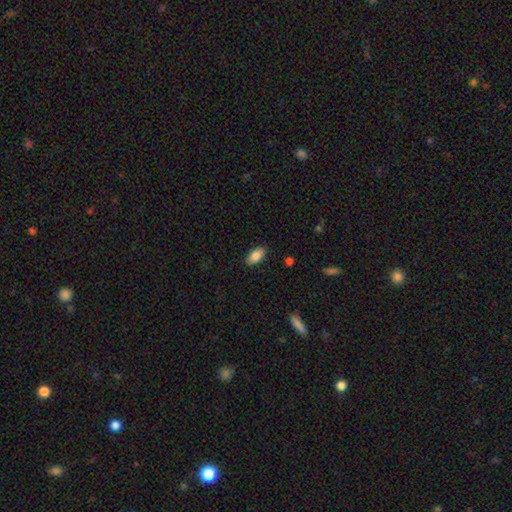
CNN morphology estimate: smooth 87%, star or artifact 7%, featured or disk 7%. Down the decision tree: how rounded — in between (93%); merging — none (88%).